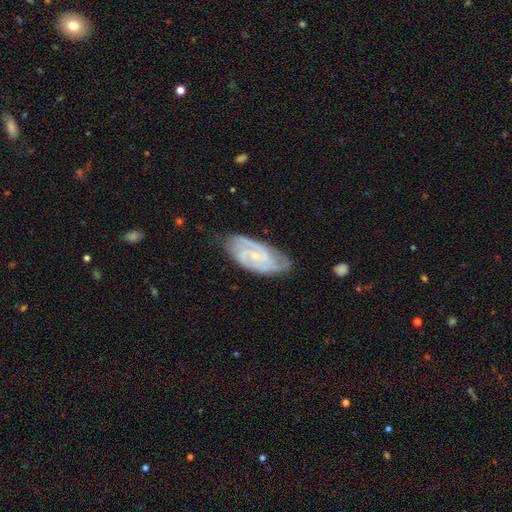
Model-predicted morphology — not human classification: Smooth or featured? Predicted: featured or disk (p=0.83). Edge-on disk? Predicted: no (p=0.95). Bar? Predicted: no (p=0.49). Spiral arms? Predicted: yes (p=0.96). Spiral winding? Predicted: tight (p=0.52). Spiral arm count? Predicted: 2 (p=0.54). Bulge size? Predicted: small (p=0.72). Merging? Predicted: none (p=0.70).